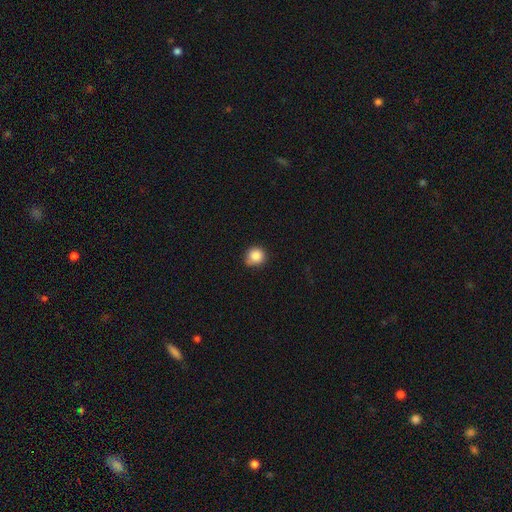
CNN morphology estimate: The model was most divided on "merging": none: 73%, minor disturbance: 22%, major disturbance: 3%, merger: 2%. More confident: how rounded — round (91%); smooth or featured — smooth (86%).